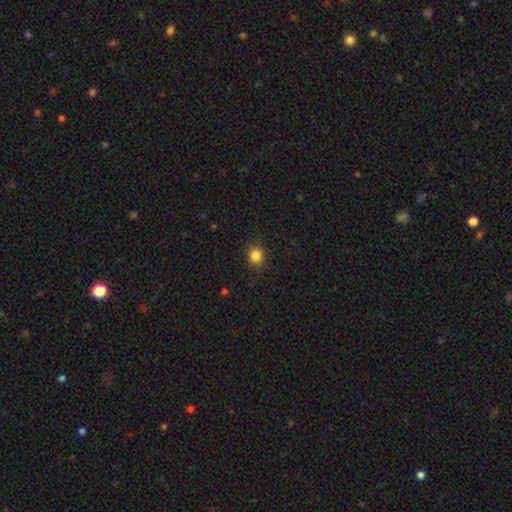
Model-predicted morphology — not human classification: smooth_or_featured: smooth (p=0.85) [alt: star or artifact p=0.11]
how_rounded: round (p=0.78) [alt: in between p=0.21]
merging: none (p=0.87) [alt: minor disturbance p=0.09]